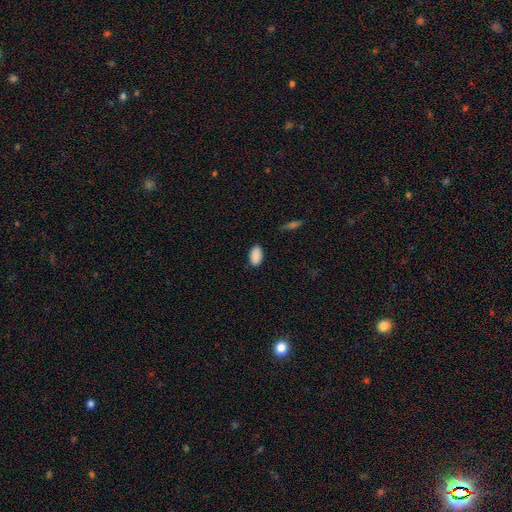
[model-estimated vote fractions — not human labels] Morphology: type=smooth (90%); roundness=in between (94%); merging=none (84%).